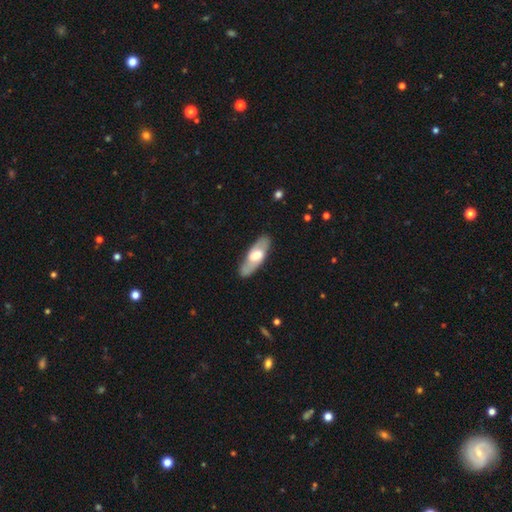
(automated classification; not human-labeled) This appears to be a featured or disk galaxy (51%). Merging: none (84%).